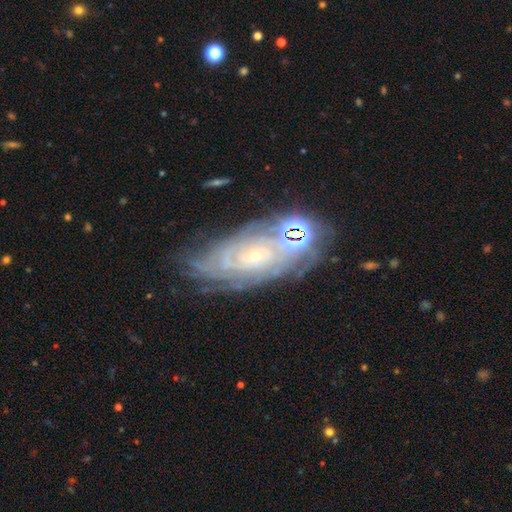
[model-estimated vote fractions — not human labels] Smooth or featured: featured or disk — 84% (star or artifact — 8%)
Edge-on disk: no — 94% (yes — 6%)
Bar: no — 77% (weak — 17%)
Spiral arms: yes — 95% (no — 5%)
Spiral winding: tight — 80% (medium — 16%)
Spiral arm count: can't tell — 41% (more than 4 — 17%)
Bulge size: small — 84% (moderate — 12%)
Merging: none — 62% (minor disturbance — 21%)